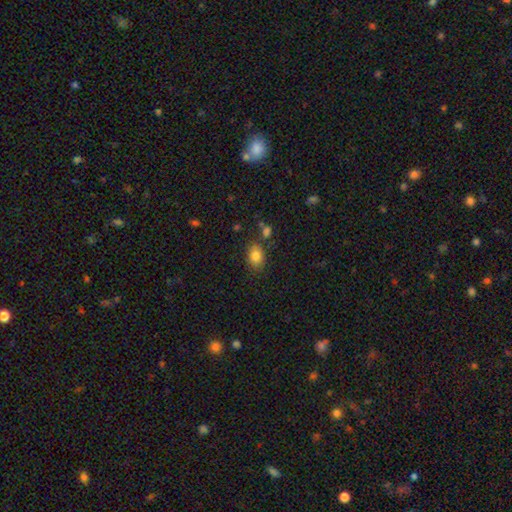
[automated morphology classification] smooth_or_featured: smooth (p=0.83) [alt: star or artifact p=0.09]
how_rounded: in between (p=0.76) [alt: round p=0.23]
merging: none (p=0.75) [alt: minor disturbance p=0.15]